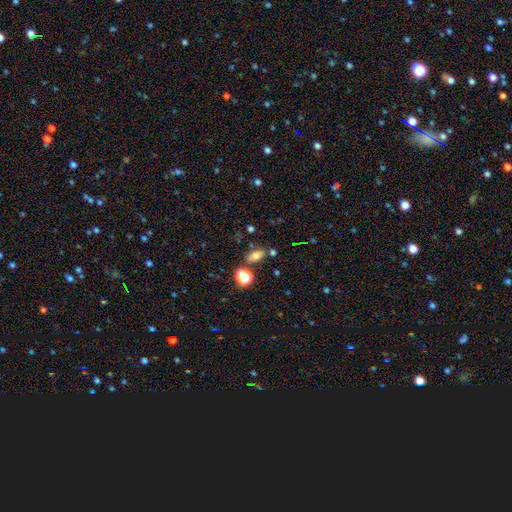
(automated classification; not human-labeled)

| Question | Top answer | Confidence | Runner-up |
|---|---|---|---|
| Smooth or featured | smooth | 71% | star or artifact (16%) |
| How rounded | in between | 80% | round (16%) |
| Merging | none | 76% | minor disturbance (12%) |